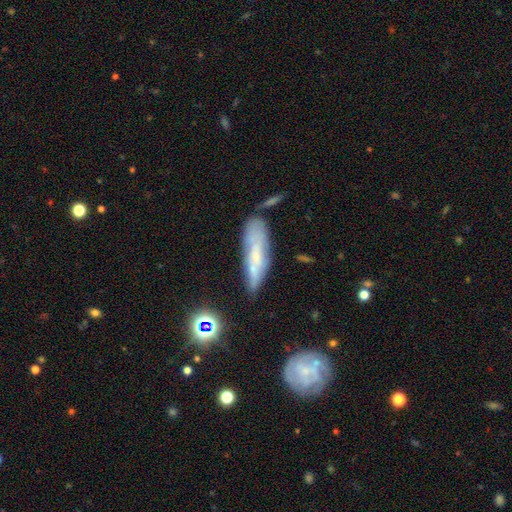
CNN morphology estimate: The model was most divided on "smooth or featured": smooth: 46%, featured or disk: 41%, star or artifact: 12%. More confident: merging — none (55%).